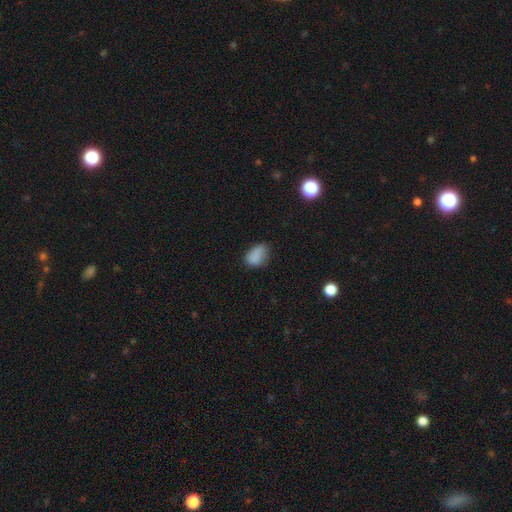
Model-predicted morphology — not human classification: smooth 85%, star or artifact 10%, featured or disk 5%. Down the decision tree: how rounded — in between (86%); merging — none (62%).